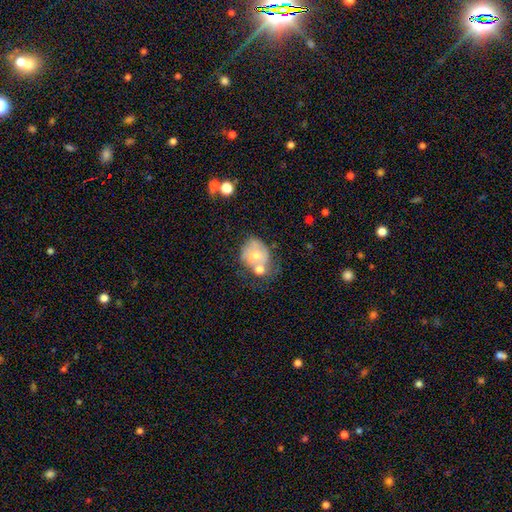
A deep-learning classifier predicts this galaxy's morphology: Smooth or featured? Predicted: smooth (p=0.48). Merging? Predicted: merger (p=0.39).